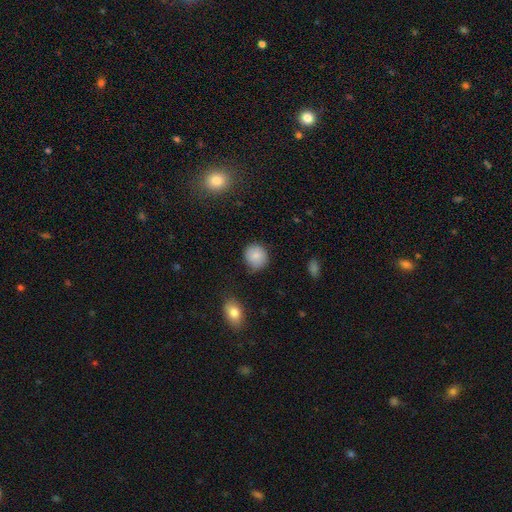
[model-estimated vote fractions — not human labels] The model was most divided on "merging": none: 80%, minor disturbance: 15%, major disturbance: 3%, merger: 2%. More confident: how rounded — round (87%); smooth or featured — smooth (84%).